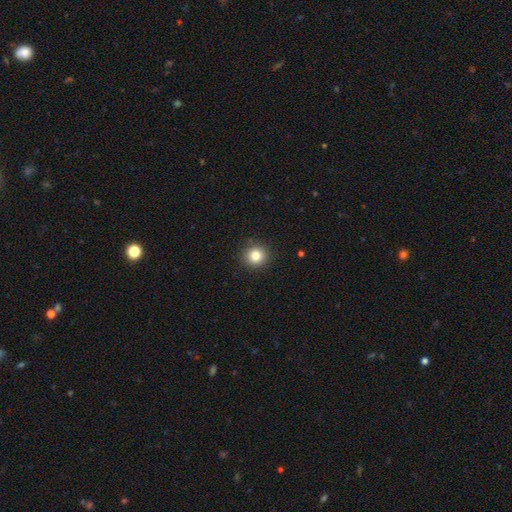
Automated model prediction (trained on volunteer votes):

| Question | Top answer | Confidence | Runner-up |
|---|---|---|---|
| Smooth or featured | smooth | 83% | star or artifact (11%) |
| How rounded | round | 92% | in between (7%) |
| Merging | none | 92% | minor disturbance (5%) |